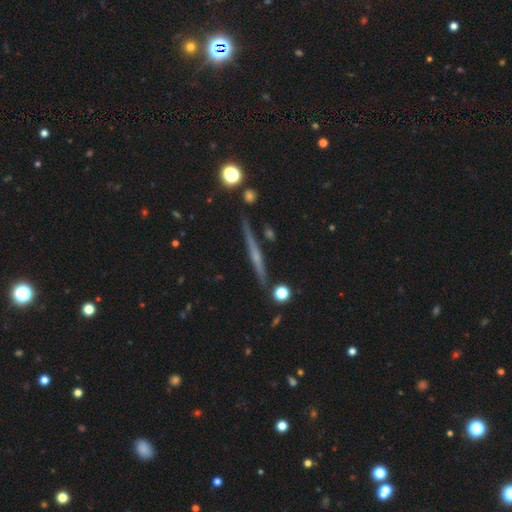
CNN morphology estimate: Smooth or featured: featured or disk — 68% (smooth — 23%)
Edge-on disk: yes — 97% (no — 3%)
Edge-on bulge: none — 47% (rounded — 43%)
Merging: none — 87% (minor disturbance — 8%)